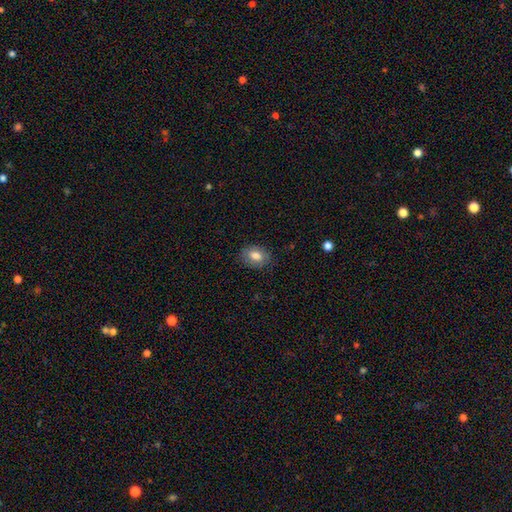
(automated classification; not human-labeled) smooth-or-featured: smooth: 79% | featured or disk: 12% | star or artifact: 8%
  how-rounded: in between: 72% | round: 27% | cigar-shaped: 1%
  merging: none: 83% | minor disturbance: 13% | major disturbance: 3% | merger: 1%